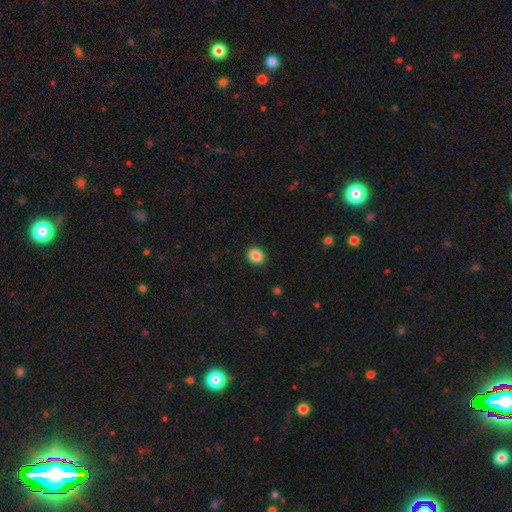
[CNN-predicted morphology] A smooth galaxy with no disk features (87%) that is round (62%).

Vote fractions:
- Smooth or featured? smooth: 87% / star or artifact: 9% / featured or disk: 4%
- How rounded? round: 62% / in between: 38% / cigar-shaped: 1%
- Merging? none: 91% / minor disturbance: 6% / major disturbance: 2% / merger: 1%